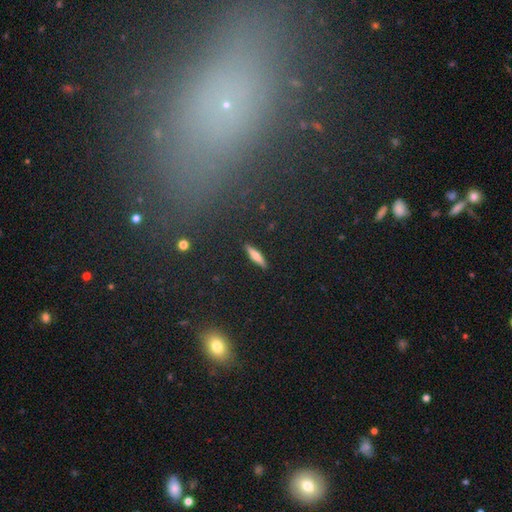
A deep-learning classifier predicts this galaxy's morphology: smooth 66%, featured or disk 26%, star or artifact 9%. Down the decision tree: how rounded — cigar-shaped (81%); merging — none (90%).